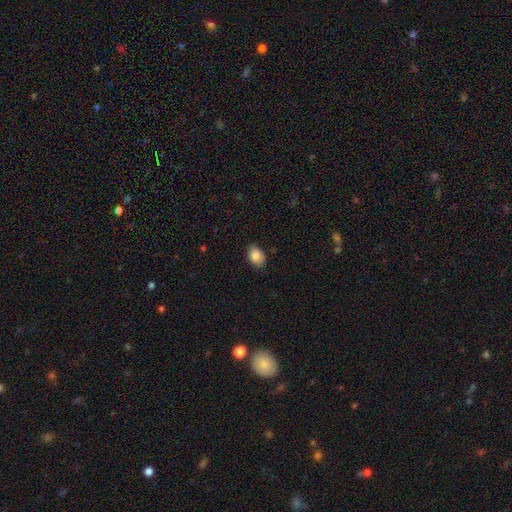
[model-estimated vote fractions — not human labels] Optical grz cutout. It shows a smooth galaxy with no disk features (87%) that is in between round and cigar-shaped (83%). Merging: none (81%).